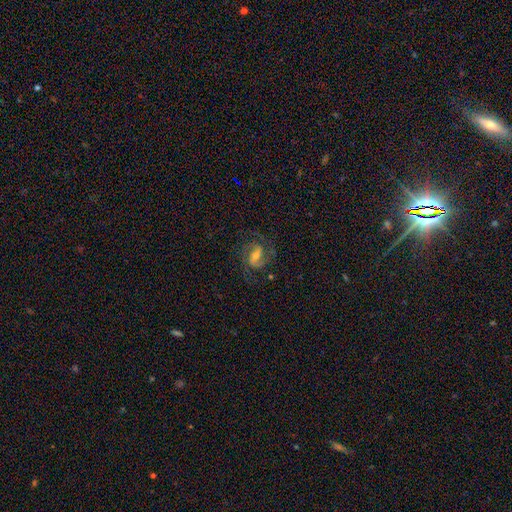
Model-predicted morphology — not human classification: This appears to be a featured or disk galaxy (79%) with a weak bar (48%), 2 (82%) medium (54%) spiral arms (95%) and a moderate central bulge (52%). Merging: none (72%).